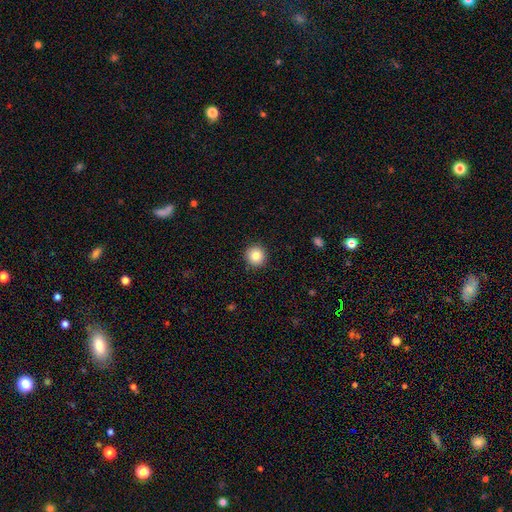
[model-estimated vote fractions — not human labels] Smooth or featured: smooth — 85% (star or artifact — 9%)
How rounded: round — 95% (in between — 4%)
Merging: none — 92% (minor disturbance — 5%)